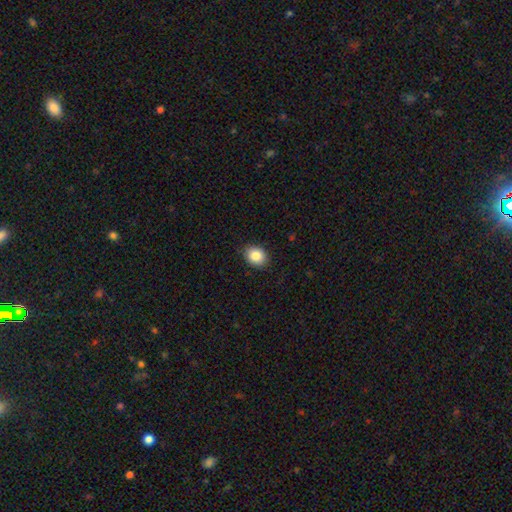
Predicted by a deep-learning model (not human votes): Overall: smooth (85%). How rounded: round (53%; in between 46%). Merging: none (87%).